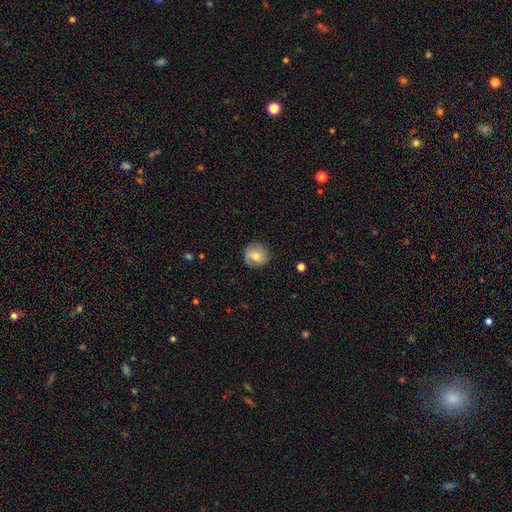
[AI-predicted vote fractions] A smooth galaxy with no disk features (73%) that is round (89%). Merging: none (79%).